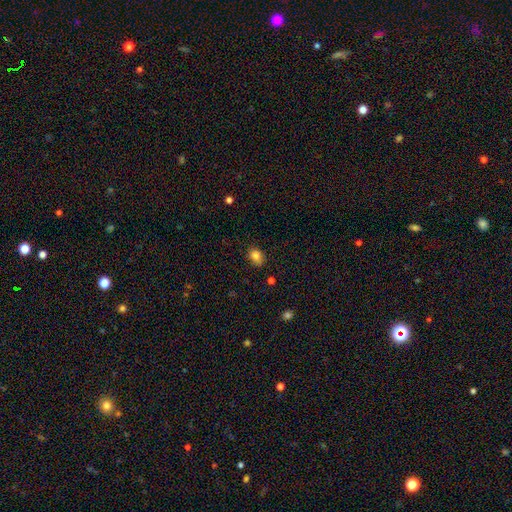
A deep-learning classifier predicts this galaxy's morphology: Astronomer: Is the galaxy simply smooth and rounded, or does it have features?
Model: smooth — 83%.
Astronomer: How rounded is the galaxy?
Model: in between — 51% (runner-up: round, 48%).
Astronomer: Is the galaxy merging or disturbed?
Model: none — 79%.